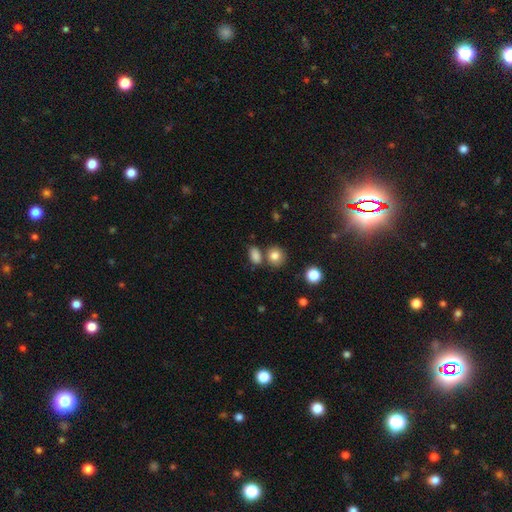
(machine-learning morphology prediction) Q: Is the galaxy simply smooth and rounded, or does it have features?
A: smooth — 83%.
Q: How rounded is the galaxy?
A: in between — 71%.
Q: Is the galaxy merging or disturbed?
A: none — 62%.